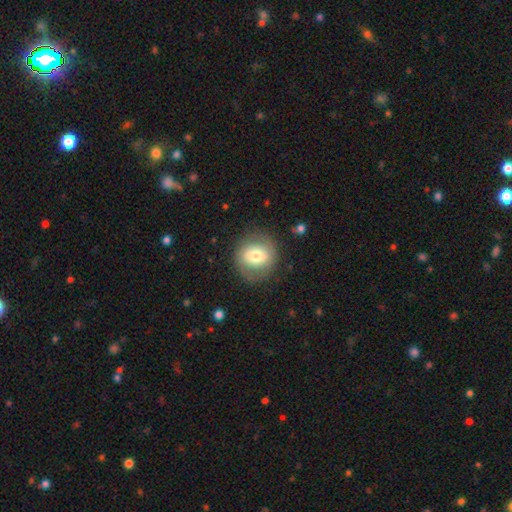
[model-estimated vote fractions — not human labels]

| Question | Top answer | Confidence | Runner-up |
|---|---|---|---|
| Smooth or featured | smooth | 65% | featured or disk (27%) |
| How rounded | round | 83% | in between (16%) |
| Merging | none | 80% | minor disturbance (12%) |